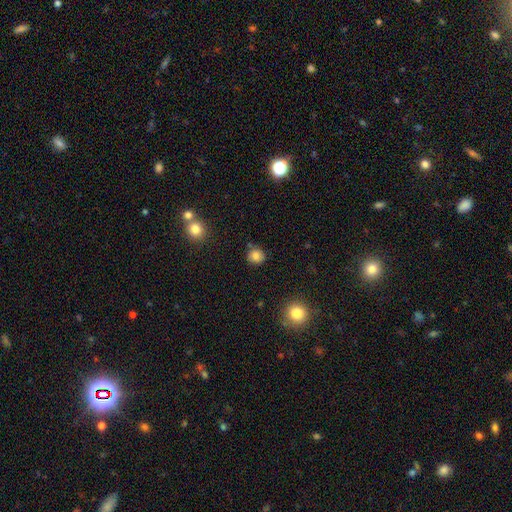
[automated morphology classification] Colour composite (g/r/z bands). It shows a smooth galaxy with no disk features (81%) that is round (86%). Merging: none (81%).